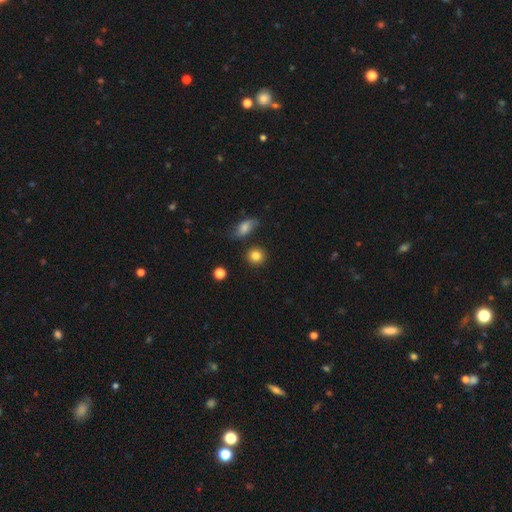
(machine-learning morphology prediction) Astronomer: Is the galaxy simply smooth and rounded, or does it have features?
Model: smooth — 84%.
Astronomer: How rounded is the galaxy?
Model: round — 88%.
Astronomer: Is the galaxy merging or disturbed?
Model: none — 84%.